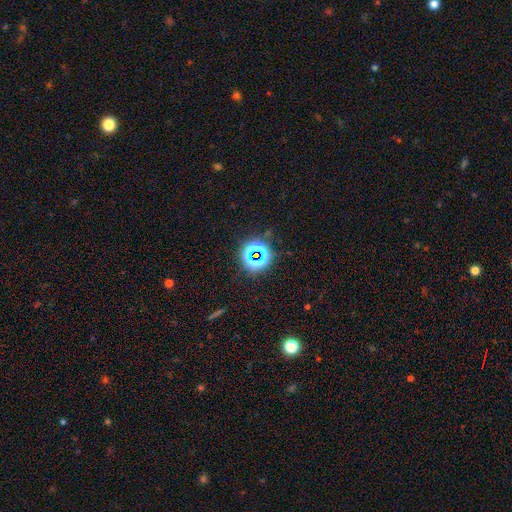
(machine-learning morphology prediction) This appears to be a star or artifact, not a galaxy (68%).